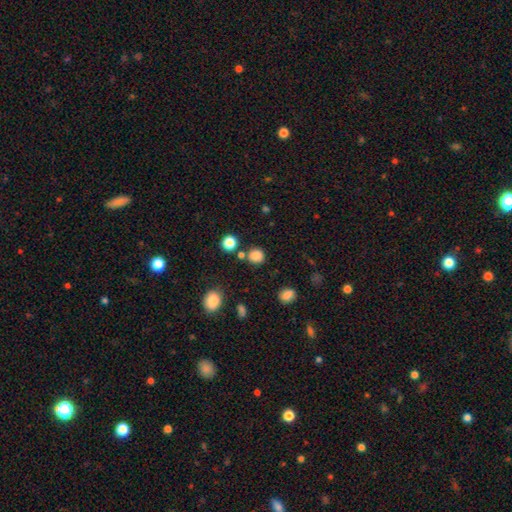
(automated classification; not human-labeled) This is clearly a smooth galaxy (82%). How rounded: clearly round (87%). Merging: likely none (78%).